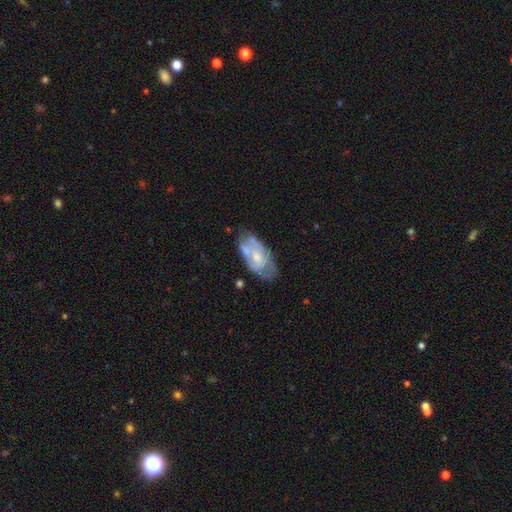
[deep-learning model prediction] Q: Smooth or featured?
A: featured or disk (59%); runner-up: smooth (34%)
Q: Edge-on disk?
A: no (94%); runner-up: yes (6%)
Q: Bar?
A: no (76%); runner-up: weak (20%)
Q: Spiral arms?
A: no (54%); runner-up: yes (46%)
Q: Bulge size?
A: moderate (45%); runner-up: small (42%)
Q: Merging?
A: none (49%); runner-up: minor disturbance (29%)